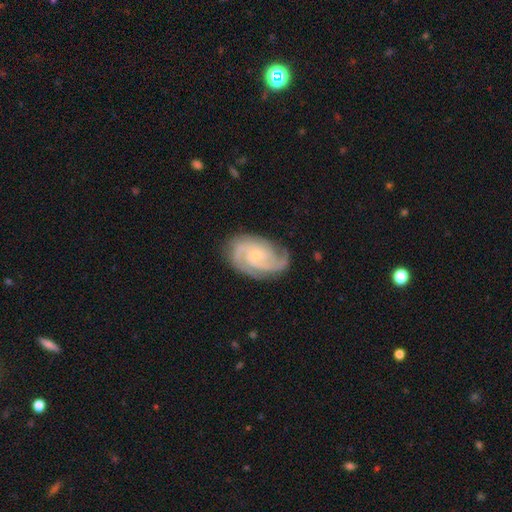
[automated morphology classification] type=featured or disk (90%); edge-on=no (98%); bar=no (66%); spiral arms=yes (98%); winding=tight (61%); arm count=2 (45%); bulge=small (77%); merging=none (79%).